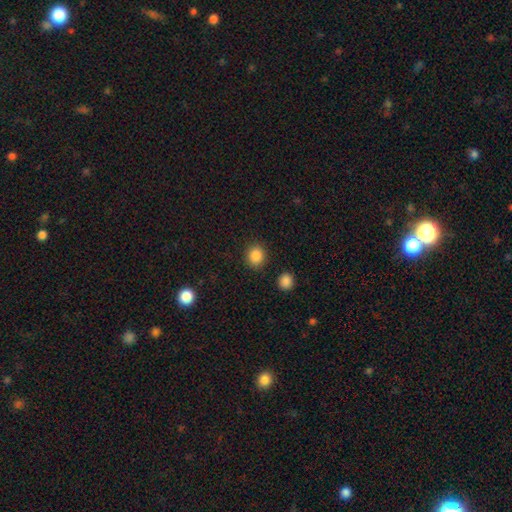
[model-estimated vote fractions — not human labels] Overall: smooth (87%). How rounded: round (78%). Merging: none (88%).